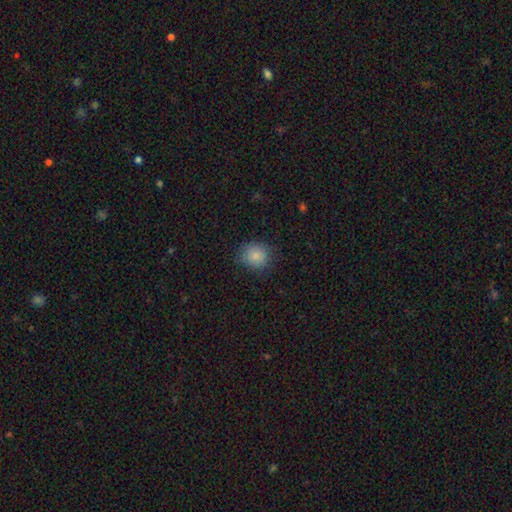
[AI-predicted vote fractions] smooth-or-featured: smooth: 86% | star or artifact: 10% | featured or disk: 5%
  how-rounded: round: 77% | in between: 22% | cigar-shaped: 1%
  merging: none: 80% | minor disturbance: 15% | major disturbance: 4% | merger: 1%